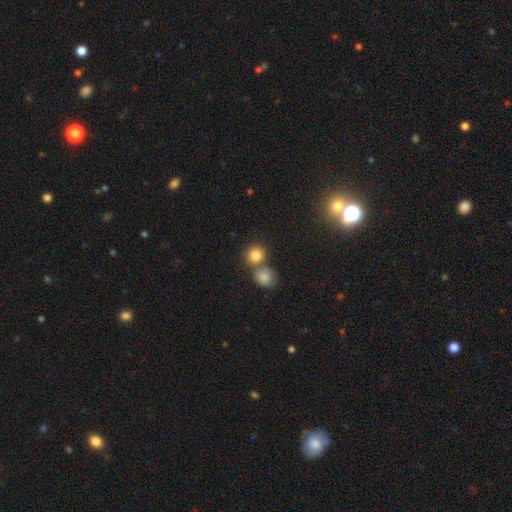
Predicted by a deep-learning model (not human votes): The model was most divided on "merging": none: 49%, merger: 40%, minor disturbance: 7%, major disturbance: 3%. More confident: how rounded — round (85%); smooth or featured — smooth (83%).